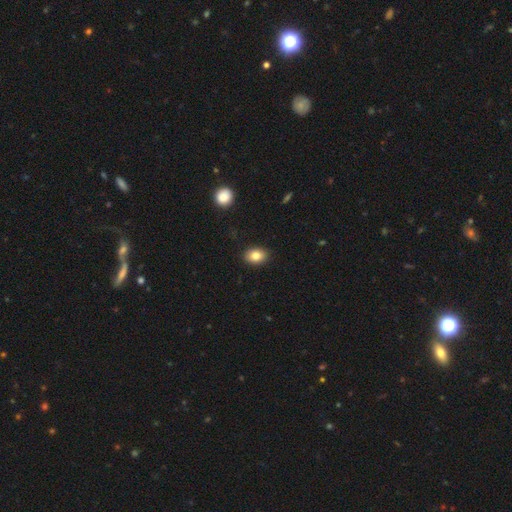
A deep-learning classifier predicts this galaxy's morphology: Smooth or featured?
  - smooth: 84% *
  - star or artifact: 9%
  - featured or disk: 8%
How rounded?
  - in between: 73% *
  - round: 26%
  - cigar-shaped: 1%
Merging?
  - none: 90% *
  - minor disturbance: 7%
  - major disturbance: 2%
  - merger: 1%